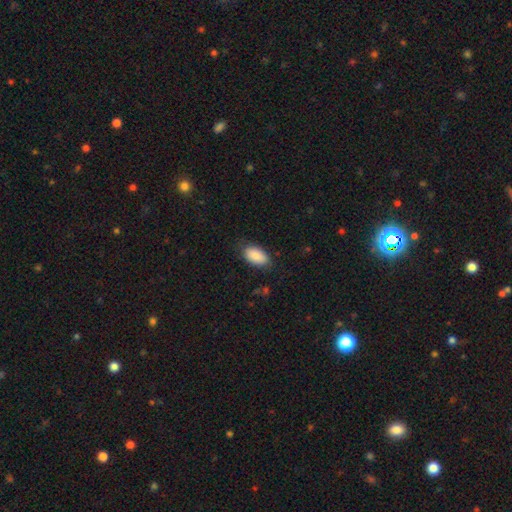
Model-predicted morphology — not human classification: Smooth or featured?
  - smooth: 87% *
  - star or artifact: 7%
  - featured or disk: 6%
How rounded?
  - in between: 94% *
  - round: 4%
  - cigar-shaped: 2%
Merging?
  - none: 78% *
  - minor disturbance: 17%
  - major disturbance: 4%
  - merger: 1%